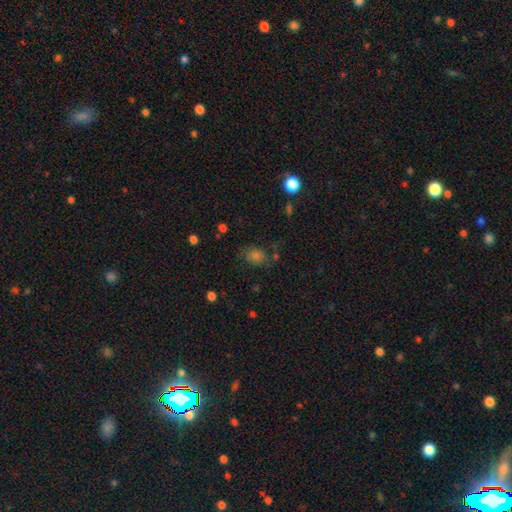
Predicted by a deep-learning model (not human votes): The model was most divided on "how rounded": in between: 61%, round: 37%, cigar-shaped: 2%. More confident: merging — none (67%); smooth or featured — smooth (59%).